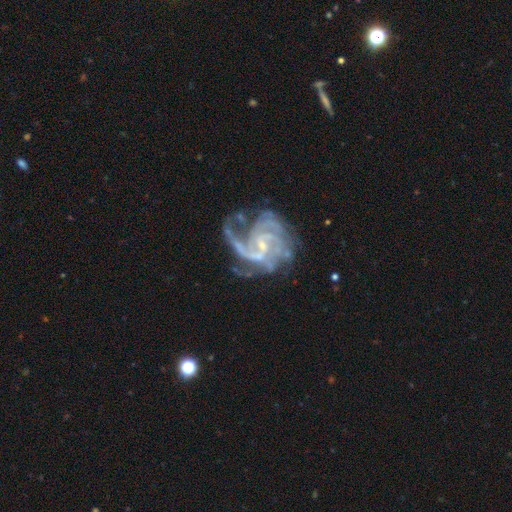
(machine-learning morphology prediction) Smooth or featured? Predicted: featured or disk (p=0.89). Edge-on disk? Predicted: no (p=0.98). Bar? Predicted: weak (p=0.44). Spiral arms? Predicted: yes (p=0.97). Spiral winding? Predicted: medium (p=0.48). Spiral arm count? Predicted: 3 (p=0.29). Bulge size? Predicted: small (p=0.76). Merging? Predicted: none (p=0.50).